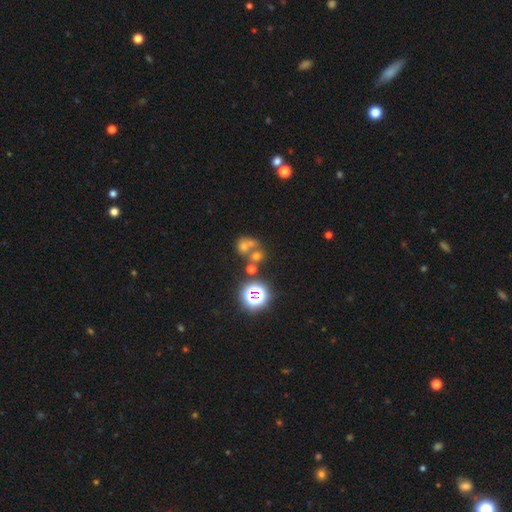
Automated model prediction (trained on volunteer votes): This appears to be a smooth galaxy with no disk features (44%). Merging: merger (50%).